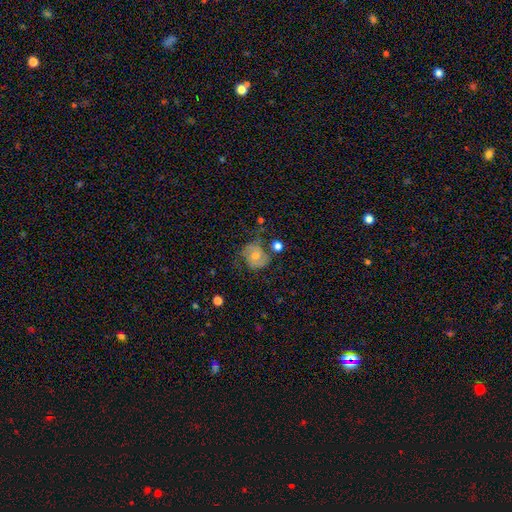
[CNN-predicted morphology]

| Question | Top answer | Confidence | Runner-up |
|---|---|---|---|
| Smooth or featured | smooth | 48% | featured or disk (43%) |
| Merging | none | 44% | minor disturbance (27%) |